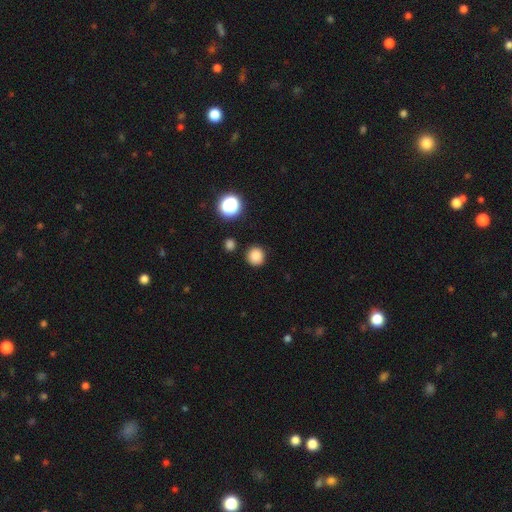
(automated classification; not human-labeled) A smooth galaxy with no disk features (84%) that is round (91%). Merging: none (88%).